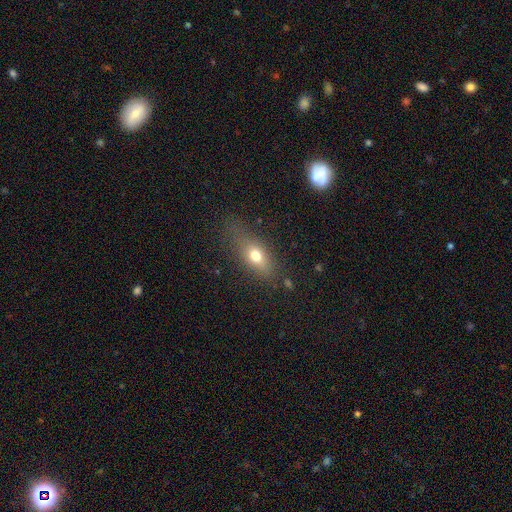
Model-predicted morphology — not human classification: This is likely a smooth galaxy (70%). How rounded: likely in between (71%). Merging: likely none (64%).